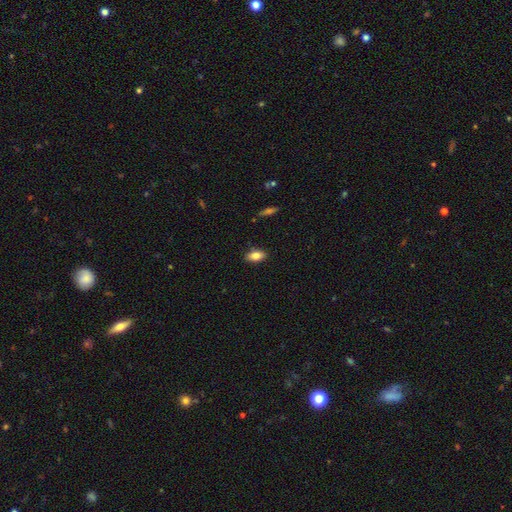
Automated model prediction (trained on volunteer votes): smooth 81%, featured or disk 11%, star or artifact 8%. Down the decision tree: how rounded — in between (89%); merging — none (86%).